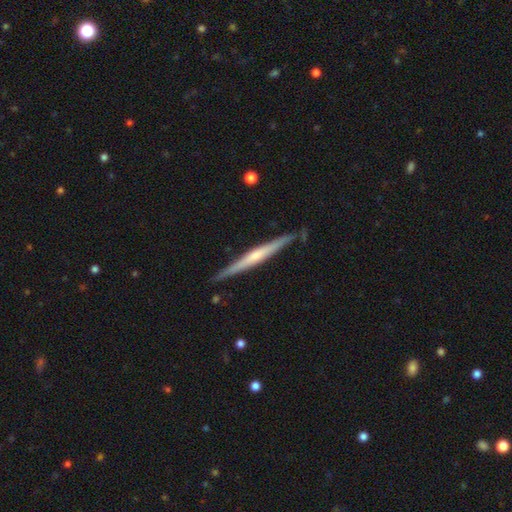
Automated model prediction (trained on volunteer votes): This appears to be a featured or disk galaxy (69%) viewed edge-on (98%) with a rounded central bulge (54%). Merging: none (87%).